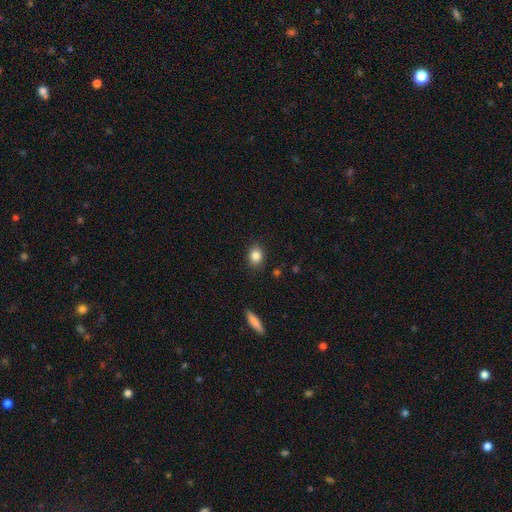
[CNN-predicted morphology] smooth 85%, star or artifact 10%, featured or disk 6%. Down the decision tree: how rounded — round (49%, tied with in between); merging — none (87%).